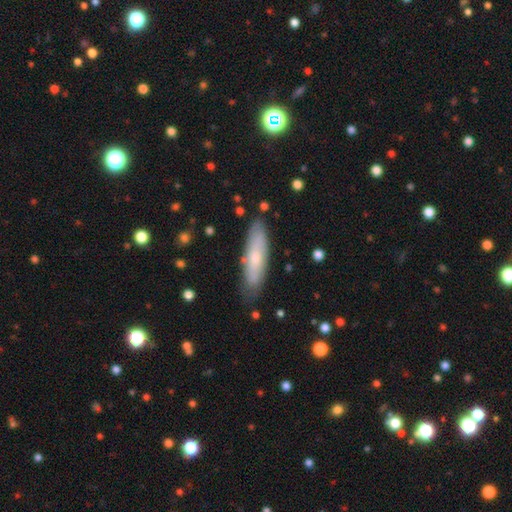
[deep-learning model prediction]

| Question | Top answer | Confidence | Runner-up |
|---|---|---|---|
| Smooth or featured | smooth | 64% | featured or disk (30%) |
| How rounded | cigar-shaped | 66% | in between (33%) |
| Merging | none | 79% | minor disturbance (16%) |